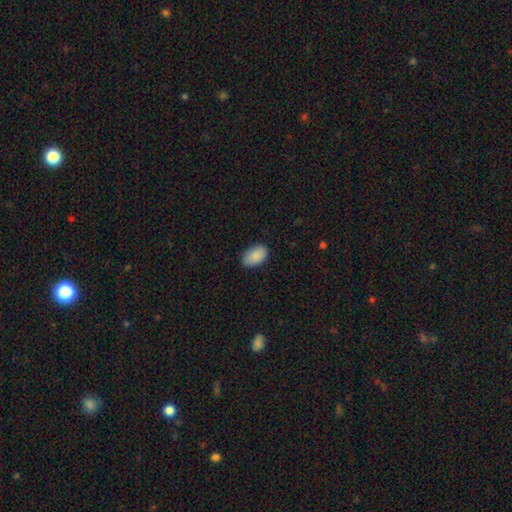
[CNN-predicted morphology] type=smooth (90%); roundness=in between (93%); merging=none (83%).